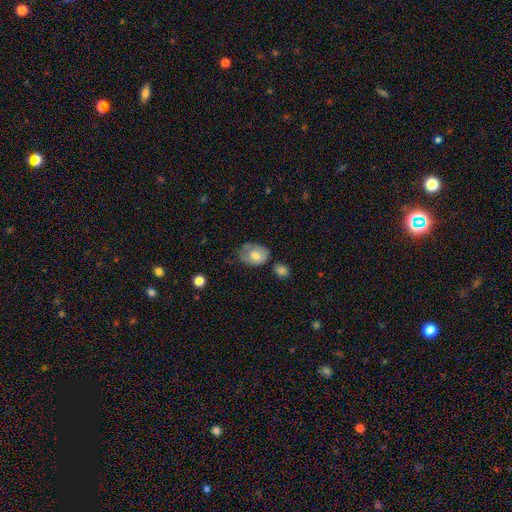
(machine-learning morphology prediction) smooth 66%, featured or disk 27%, star or artifact 7%. Down the decision tree: how rounded — in between (71%); merging — none (42%).